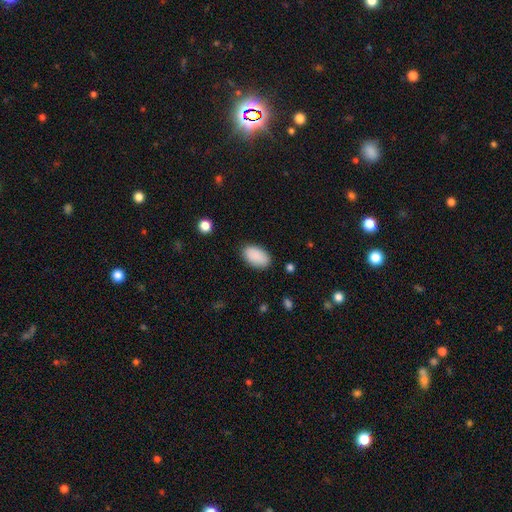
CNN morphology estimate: Smooth or featured?
  - smooth: 90% *
  - star or artifact: 7%
  - featured or disk: 4%
How rounded?
  - in between: 94% *
  - round: 4%
  - cigar-shaped: 2%
Merging?
  - none: 86% *
  - minor disturbance: 11%
  - major disturbance: 3%
  - merger: 1%